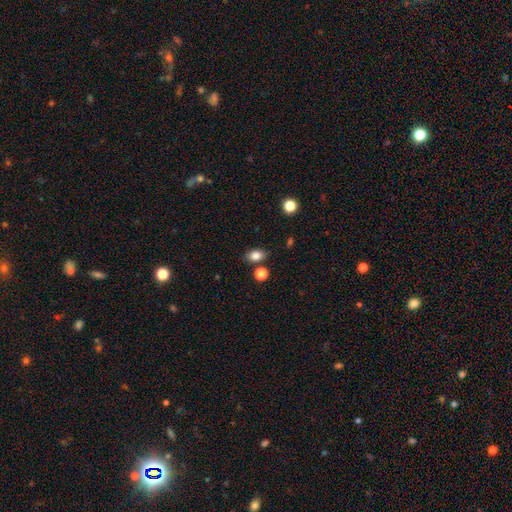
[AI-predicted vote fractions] smooth-or-featured: smooth: 83% | star or artifact: 11% | featured or disk: 6%
  how-rounded: in between: 76% | round: 22% | cigar-shaped: 1%
  merging: none: 80% | minor disturbance: 11% | merger: 6% | major disturbance: 3%